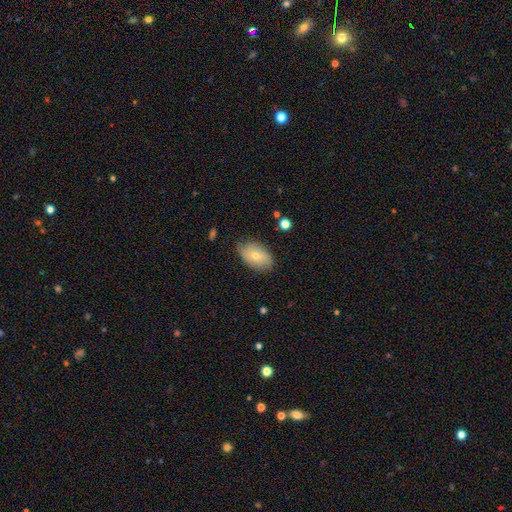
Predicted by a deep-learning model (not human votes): The model was most divided on "smooth or featured": smooth: 68%, featured or disk: 25%, star or artifact: 7%. More confident: how rounded — in between (90%); merging — none (78%).